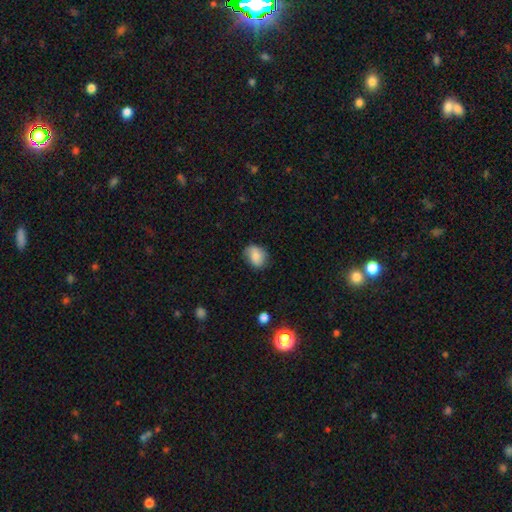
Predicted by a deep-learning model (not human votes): Q: Smooth or featured?
A: smooth (75%); runner-up: featured or disk (16%)
Q: How rounded?
A: in between (52%); runner-up: round (47%)
Q: Merging?
A: none (70%); runner-up: minor disturbance (23%)